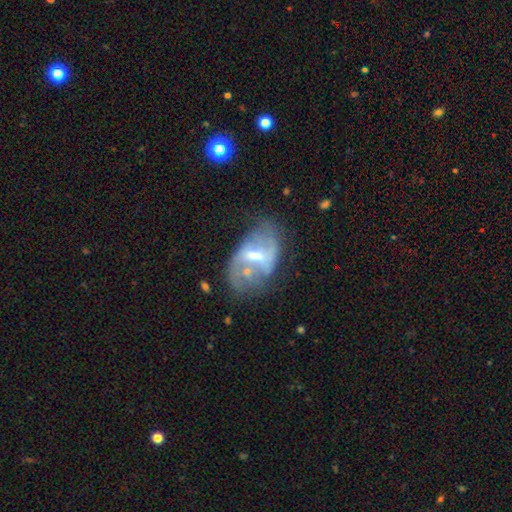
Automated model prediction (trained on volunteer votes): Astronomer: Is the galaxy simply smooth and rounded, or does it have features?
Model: featured or disk — 71%.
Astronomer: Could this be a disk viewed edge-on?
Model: no — 96%.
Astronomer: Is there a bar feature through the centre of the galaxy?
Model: weak — 50% (runner-up: strong, 30%).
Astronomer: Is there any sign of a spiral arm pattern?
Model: yes — 68%.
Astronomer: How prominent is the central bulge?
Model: moderate — 43% (runner-up: small, 41%).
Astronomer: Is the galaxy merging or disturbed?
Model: none — 45% (runner-up: minor disturbance, 25%).